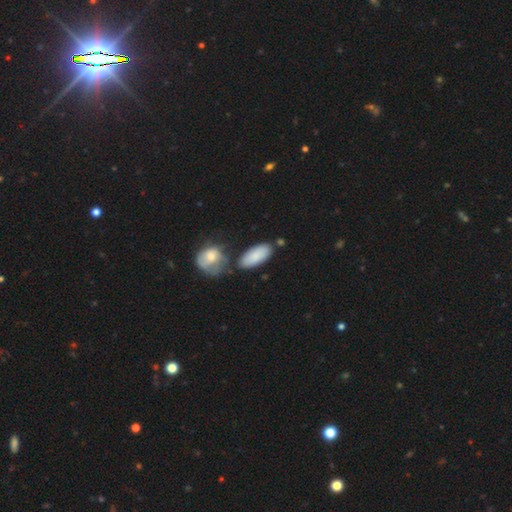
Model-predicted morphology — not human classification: Smooth or featured? smooth (82%)
How rounded? in between (87%)
Merging? none (64%)